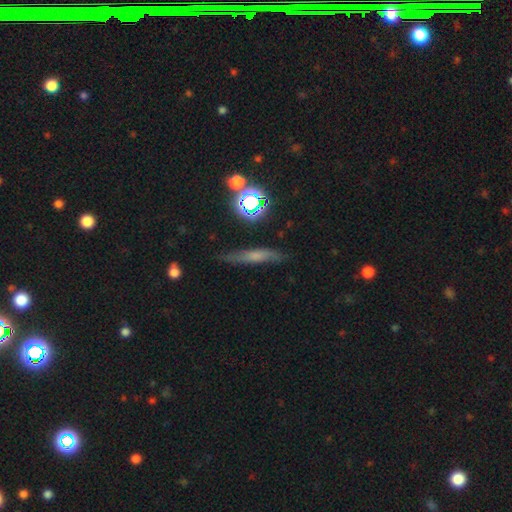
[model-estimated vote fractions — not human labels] A smooth galaxy with no disk features (48%).

Vote fractions:
- Smooth or featured? smooth: 48% / featured or disk: 35% / star or artifact: 17%
- Merging? none: 74% / minor disturbance: 19% / major disturbance: 5% / merger: 3%